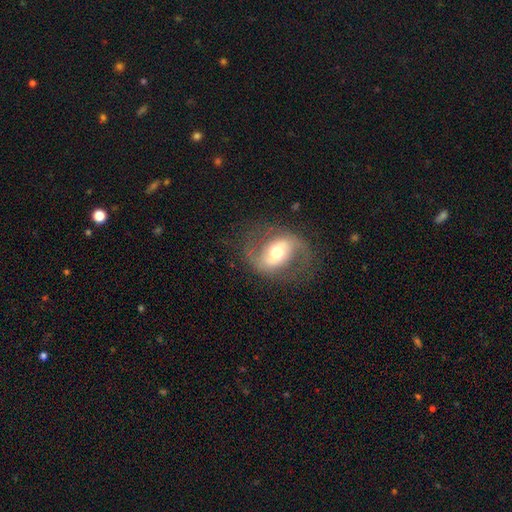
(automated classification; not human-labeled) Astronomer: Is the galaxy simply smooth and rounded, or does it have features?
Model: featured or disk — 82%.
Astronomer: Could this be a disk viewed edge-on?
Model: no — 96%.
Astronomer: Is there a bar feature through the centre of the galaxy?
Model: weak — 39% (runner-up: strong, 37%).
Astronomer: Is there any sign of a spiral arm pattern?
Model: yes — 91%.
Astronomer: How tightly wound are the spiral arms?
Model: medium — 43% (runner-up: loose, 42%).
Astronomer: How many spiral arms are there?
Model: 2 — 91%.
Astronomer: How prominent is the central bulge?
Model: moderate — 66%.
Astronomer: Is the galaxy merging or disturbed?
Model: none — 80%.